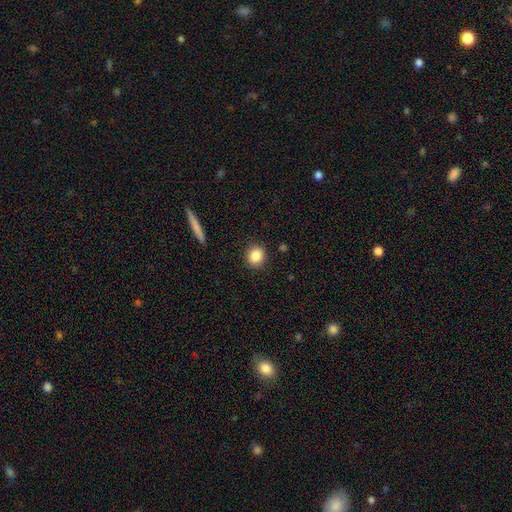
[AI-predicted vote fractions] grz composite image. It shows a smooth galaxy with no disk features (86%) that is round (80%). Merging: none (90%).